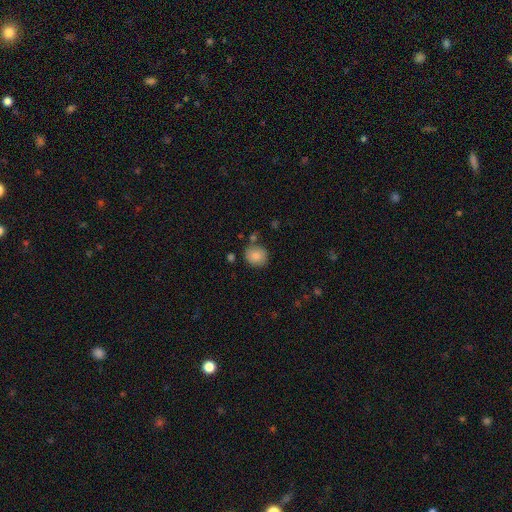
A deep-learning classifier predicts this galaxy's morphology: smooth_or_featured: smooth (p=0.81) [alt: featured or disk p=0.10]
how_rounded: round (p=0.83) [alt: in between p=0.16]
merging: none (p=0.79) [alt: minor disturbance p=0.12]